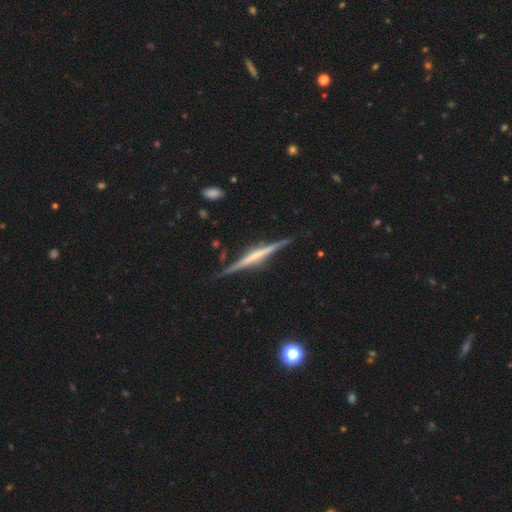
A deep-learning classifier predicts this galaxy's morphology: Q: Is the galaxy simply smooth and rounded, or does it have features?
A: featured or disk — 78%.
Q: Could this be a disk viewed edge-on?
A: yes — 98%.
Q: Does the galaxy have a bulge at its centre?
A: rounded — 41%.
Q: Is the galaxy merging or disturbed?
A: none — 88%.